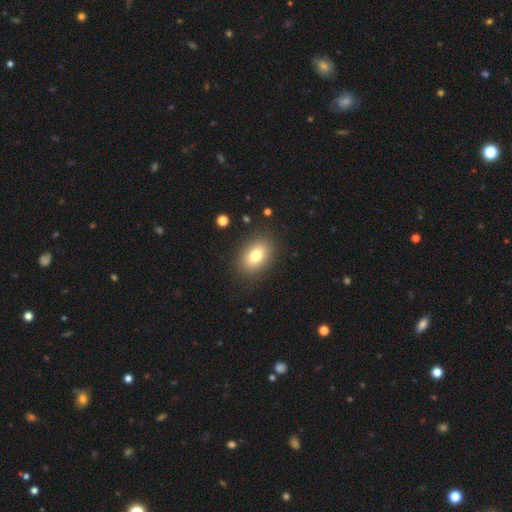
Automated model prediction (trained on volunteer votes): Smooth or featured? Predicted: smooth (p=0.79). How rounded? Predicted: in between (p=0.82). Merging? Predicted: none (p=0.87).